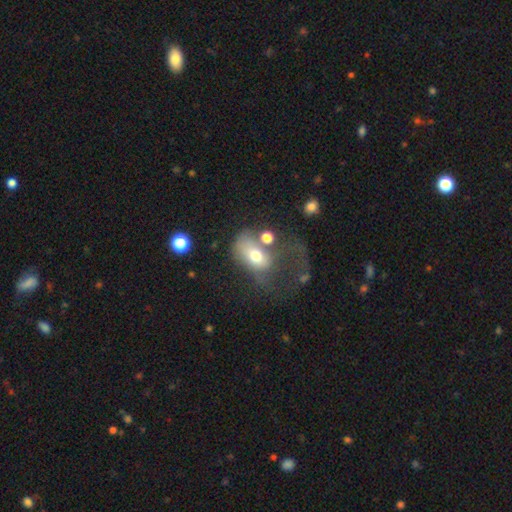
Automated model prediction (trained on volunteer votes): This appears to be a smooth galaxy with no disk features (60%) that is in between round and cigar-shaped (75%). Merging: major disturbance (52%).